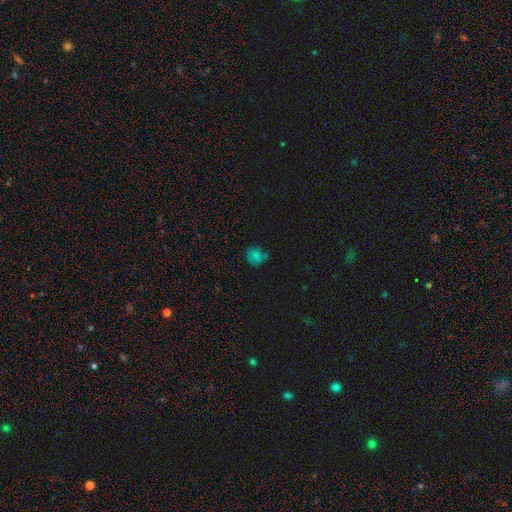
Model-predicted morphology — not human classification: smooth_or_featured: smooth (p=0.64) [alt: star or artifact p=0.28]
how_rounded: round (p=0.84) [alt: in between p=0.15]
merging: none (p=0.71) [alt: minor disturbance p=0.19]